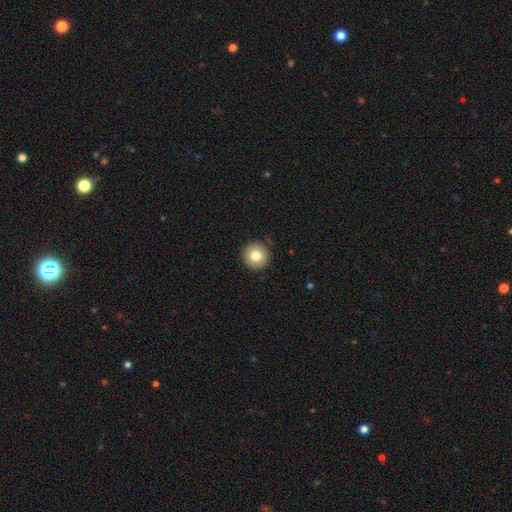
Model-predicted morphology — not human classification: A smooth galaxy with no disk features (81%) that is round (96%). Merging: none (91%).